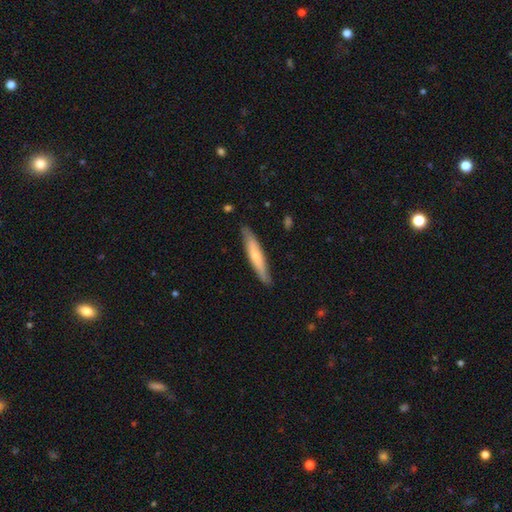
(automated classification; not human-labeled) Smooth or featured: smooth — 59% (featured or disk — 35%)
How rounded: cigar-shaped — 90% (in between — 9%)
Merging: none — 86% (minor disturbance — 11%)